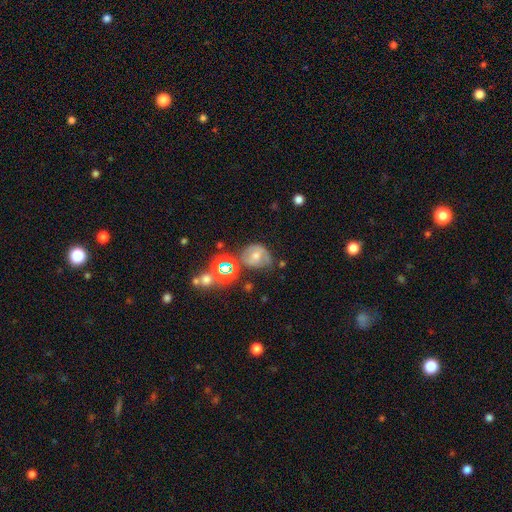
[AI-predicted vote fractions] This appears to be a featured or disk galaxy (43%). Merging: none (58%).